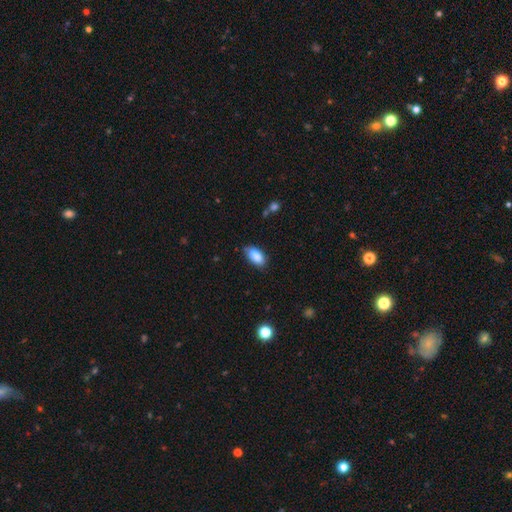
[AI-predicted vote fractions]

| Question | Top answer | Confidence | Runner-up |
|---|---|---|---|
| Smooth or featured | smooth | 85% | star or artifact (8%) |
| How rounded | in between | 88% | cigar-shaped (9%) |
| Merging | none | 74% | minor disturbance (19%) |